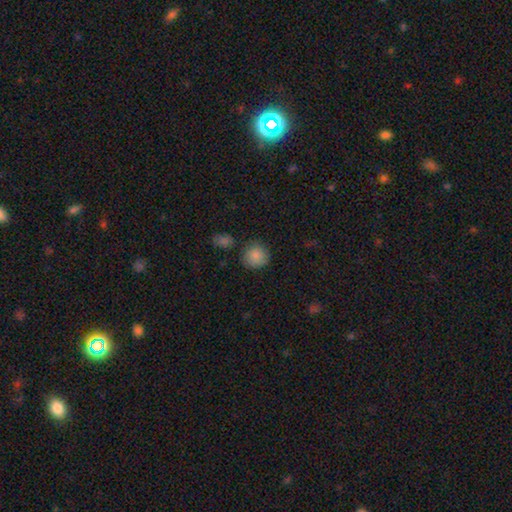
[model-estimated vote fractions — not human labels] This is clearly a smooth galaxy (87%). How rounded: clearly round (90%). Merging: likely none (79%).